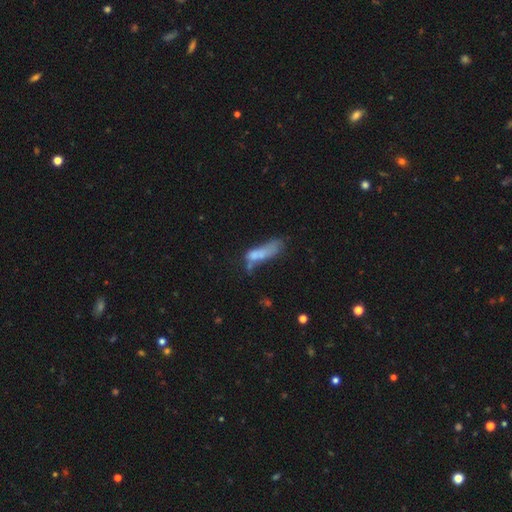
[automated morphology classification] Smooth or featured?
  - smooth: 59% *
  - featured or disk: 27%
  - star or artifact: 14%
How rounded?
  - cigar-shaped: 57% *
  - in between: 40%
  - round: 3%
Merging?
  - none: 28% *
  - major disturbance: 27%
  - merger: 23%
  - minor disturbance: 22%